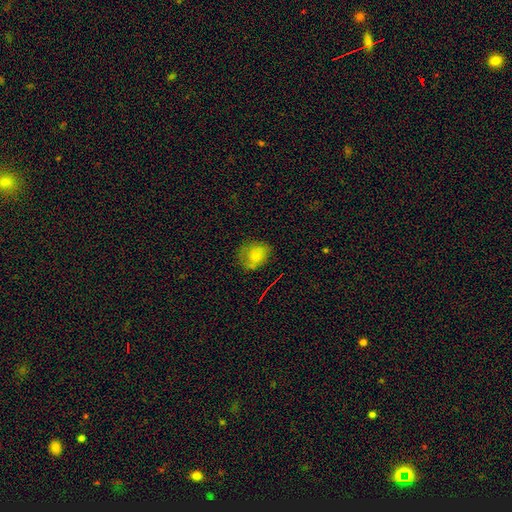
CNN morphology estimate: Overall: smooth (67%). How rounded: round (57%; in between 42%). Merging: none (67%).